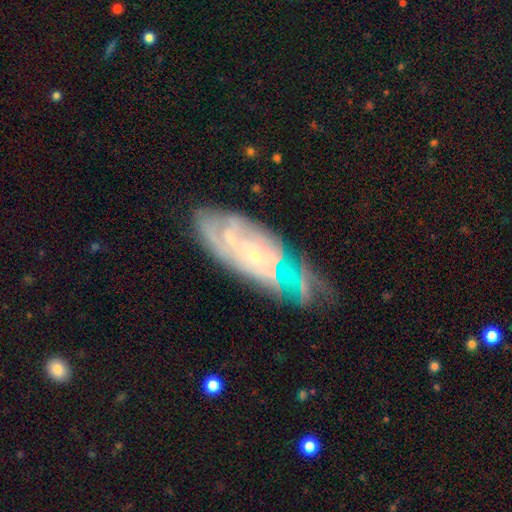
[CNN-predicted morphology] smooth-or-featured: featured or disk: 76% | smooth: 15% | star or artifact: 8%
  disk-edge-on: no: 88% | yes: 12%
    bar: no: 70% | weak: 24% | strong: 6%
    has-spiral-arms: yes: 87% | no: 13%
      spiral-winding: tight: 66% | medium: 26% | loose: 8%
      spiral-arm-count: can't tell: 54% | 4: 12% | 2: 12% | 3: 11% | more than 4: 7% | 1: 5%
    bulge-size: small: 80% | moderate: 14% | none: 4% | large: 1% | dominant: 1%
  merging: none: 52% | minor disturbance: 26% | major disturbance: 13% | merger: 9%